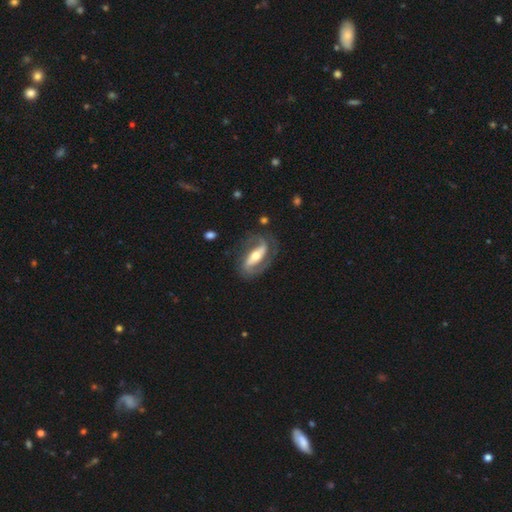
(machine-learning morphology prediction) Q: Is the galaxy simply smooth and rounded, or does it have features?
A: featured or disk — 83%.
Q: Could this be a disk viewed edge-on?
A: no — 92%.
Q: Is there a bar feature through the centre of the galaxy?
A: strong — 59%.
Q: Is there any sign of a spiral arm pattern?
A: yes — 91%.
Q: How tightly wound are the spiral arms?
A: medium — 46%.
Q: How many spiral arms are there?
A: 2 — 84%.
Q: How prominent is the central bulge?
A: moderate — 64%.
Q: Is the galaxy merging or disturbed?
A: none — 73%.